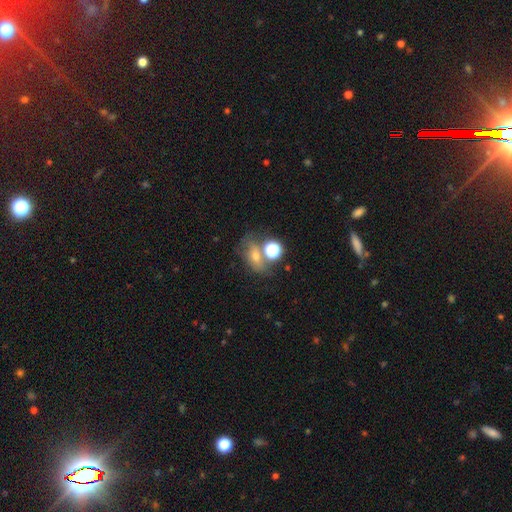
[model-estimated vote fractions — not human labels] The model was most divided on "smooth or featured": smooth: 47%, star or artifact: 28%, featured or disk: 26%. Remaining: merging — none (47%).